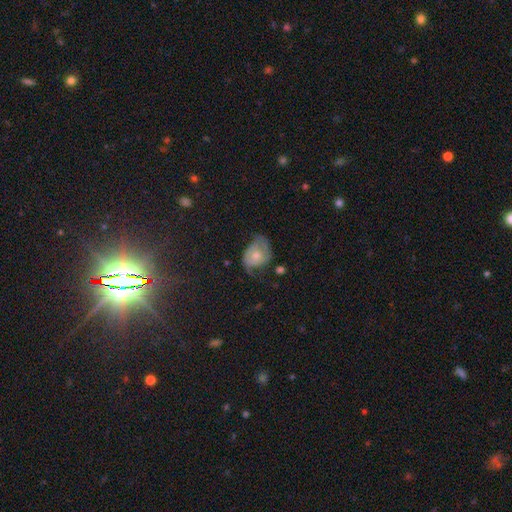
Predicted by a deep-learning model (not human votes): This is possibly a featured or disk galaxy (51%). It is clearly not viewed edge-on (96%). Merging: marginally minor disturbance (35%).